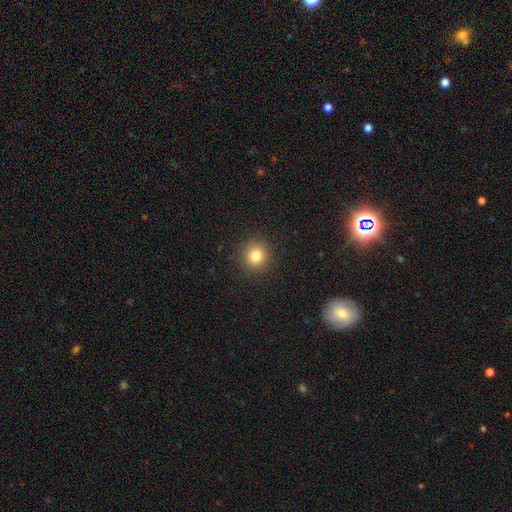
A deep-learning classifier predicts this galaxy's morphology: Smooth or featured? smooth (81%)
How rounded? round (94%)
Merging? none (92%)